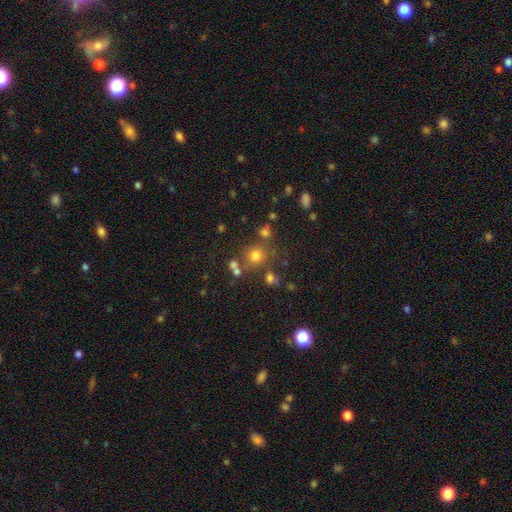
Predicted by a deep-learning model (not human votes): Morphology: type=smooth (69%); roundness=round (87%); merging=none (70%).